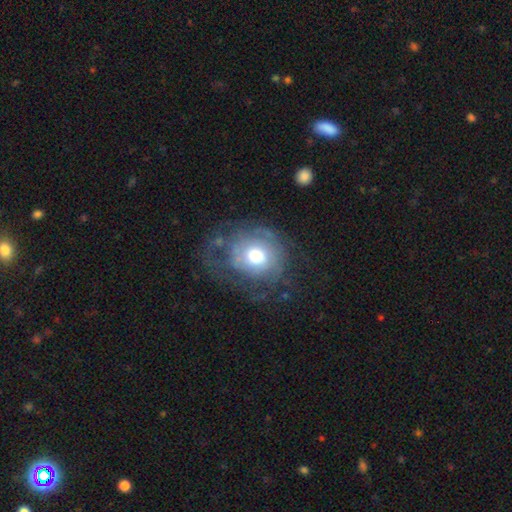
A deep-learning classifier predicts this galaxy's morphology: This appears to be a featured or disk galaxy (61%) with no bar (84%), spiral arms (66%) and a moderate central bulge (47%). Merging: none (51%).